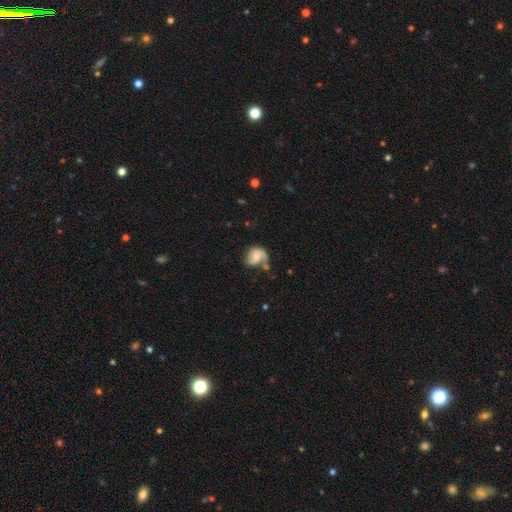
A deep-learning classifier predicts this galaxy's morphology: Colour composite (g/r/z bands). It shows a featured or disk galaxy (66%) with no bar (55%), 2 (59%) medium (43%) spiral arms (90%) and a small central bulge (40%). Merging: none (42%).